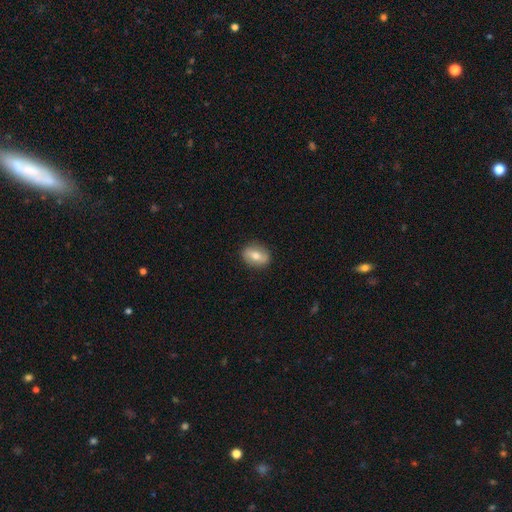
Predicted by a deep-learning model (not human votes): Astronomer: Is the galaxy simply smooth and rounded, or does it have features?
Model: smooth — 61%.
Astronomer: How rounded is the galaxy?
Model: in between — 65%.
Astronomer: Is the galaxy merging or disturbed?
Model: none — 87%.